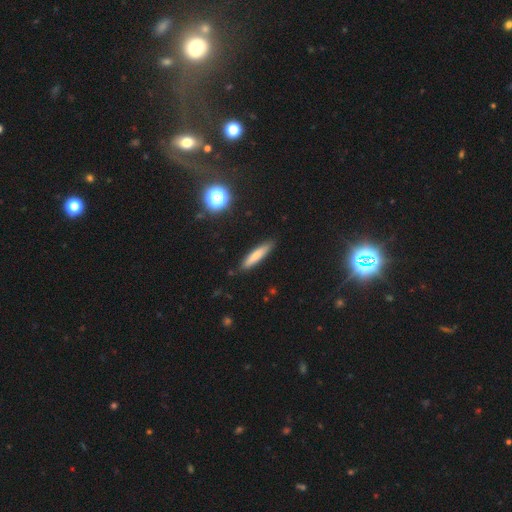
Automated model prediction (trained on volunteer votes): smooth_or_featured: smooth (p=0.71) [alt: featured or disk p=0.21]
how_rounded: cigar-shaped (p=0.84) [alt: in between p=0.14]
merging: none (p=0.87) [alt: minor disturbance p=0.10]